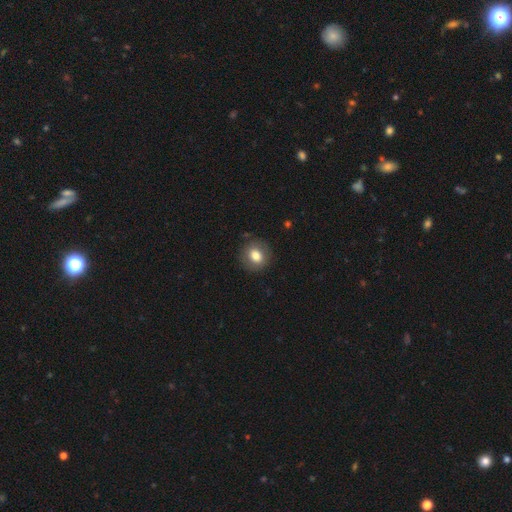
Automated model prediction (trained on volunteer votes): This appears to be a smooth galaxy with no disk features (78%) that is round (79%). Merging: none (87%).